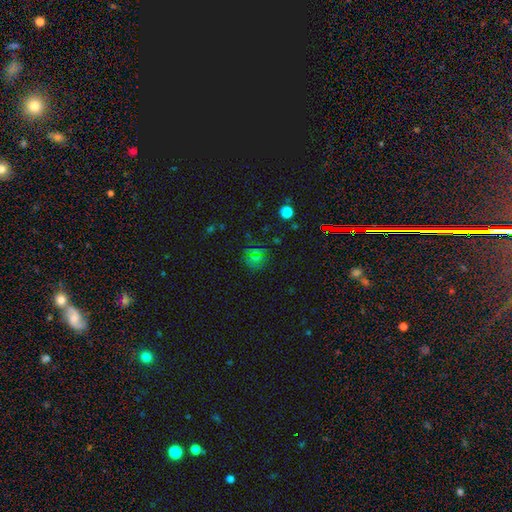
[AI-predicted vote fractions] Q: Smooth or featured?
A: star or artifact (44%); runner-up: smooth (39%)